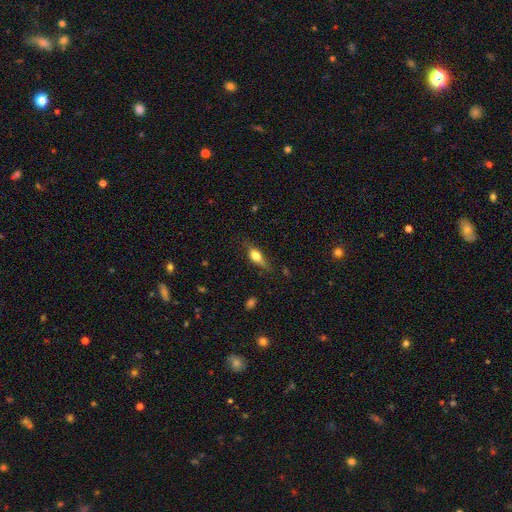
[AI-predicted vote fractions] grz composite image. It shows a smooth galaxy with no disk features (63%) that is in between round and cigar-shaped (67%). Merging: none (65%).